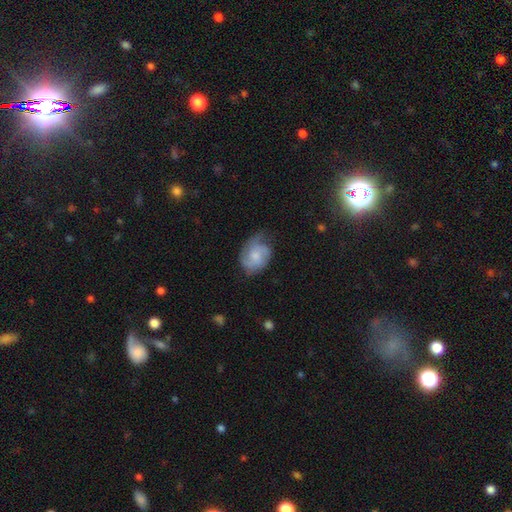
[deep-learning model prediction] Smooth or featured? Predicted: featured or disk (p=0.54). Edge-on disk? Predicted: no (p=0.97). Bar? Predicted: no (p=0.67). Spiral arms? Predicted: yes (p=0.87). Bulge size? Predicted: moderate (p=0.40). Merging? Predicted: none (p=0.54).